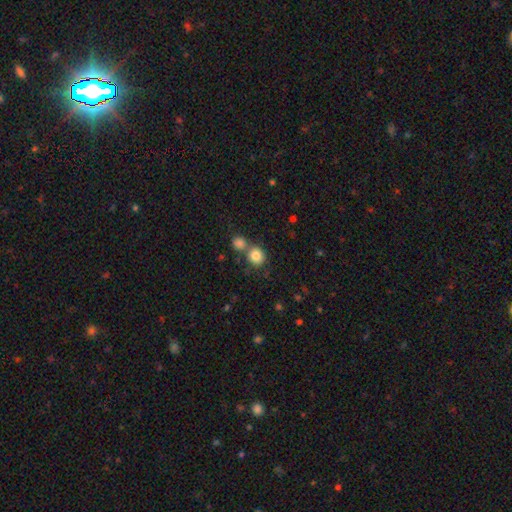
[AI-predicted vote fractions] Smooth or featured: smooth — 84% (star or artifact — 10%)
How rounded: round — 85% (in between — 14%)
Merging: none — 56% (merger — 34%)